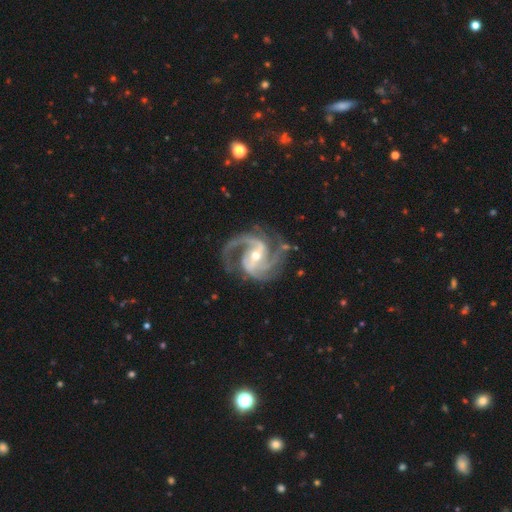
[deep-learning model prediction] Morphology: type=featured or disk (94%); edge-on=no (98%); bar=weak (42%); spiral arms=yes (99%); winding=medium (62%); arm count=2 (48%); bulge=moderate (51%); merging=none (73%).